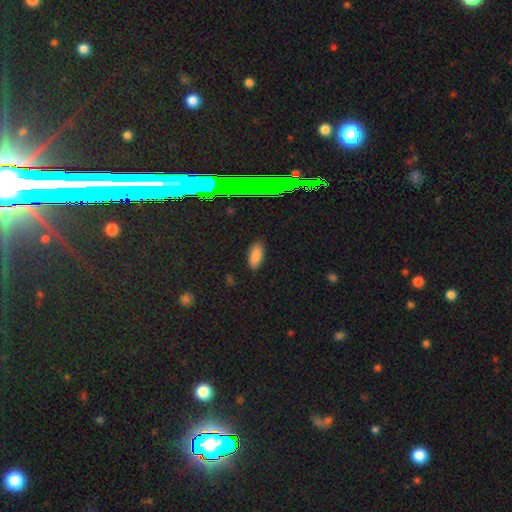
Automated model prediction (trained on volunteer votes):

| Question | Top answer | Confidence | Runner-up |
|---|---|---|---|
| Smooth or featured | smooth | 82% | star or artifact (13%) |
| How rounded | in between | 90% | cigar-shaped (7%) |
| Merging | none | 86% | minor disturbance (10%) |